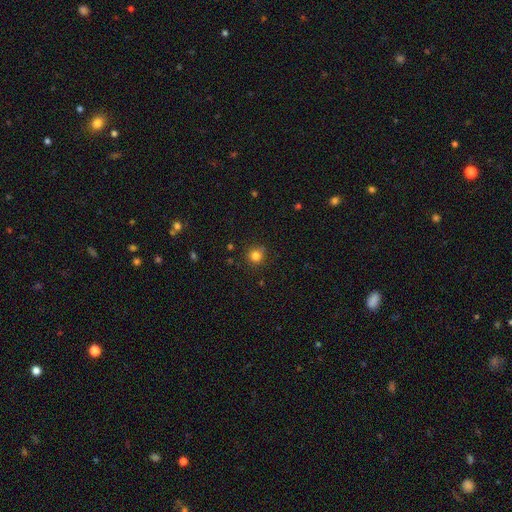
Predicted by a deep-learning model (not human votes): Smooth or featured?
  - smooth: 81% *
  - star or artifact: 13%
  - featured or disk: 5%
How rounded?
  - round: 92% *
  - in between: 7%
  - cigar-shaped: 1%
Merging?
  - none: 83% *
  - minor disturbance: 11%
  - major disturbance: 3%
  - merger: 3%